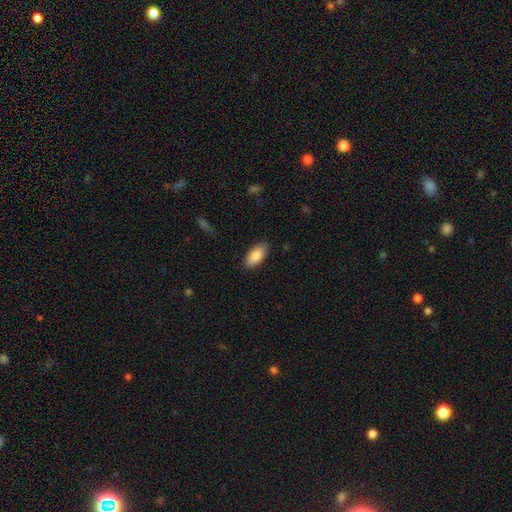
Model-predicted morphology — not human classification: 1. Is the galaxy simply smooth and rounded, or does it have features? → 87% smooth, 7% featured or disk, 6% star or artifact.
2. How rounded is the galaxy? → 92% in between, 6% cigar-shaped, 2% round.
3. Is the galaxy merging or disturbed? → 86% none, 11% minor disturbance, 2% major disturbance, 1% merger.